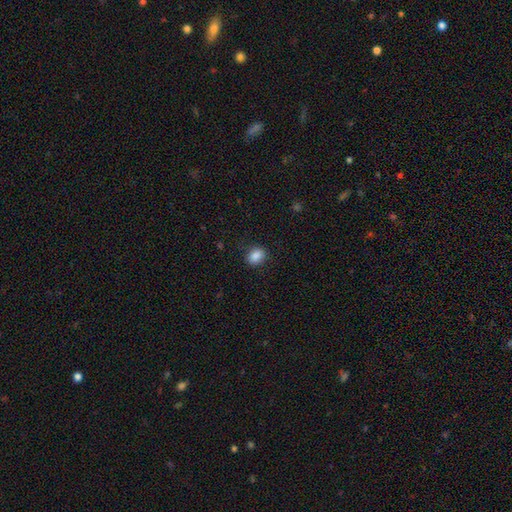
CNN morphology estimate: Smooth or featured?
  - smooth: 87% *
  - star or artifact: 9%
  - featured or disk: 4%
How rounded?
  - in between: 58% *
  - round: 41%
  - cigar-shaped: 1%
Merging?
  - none: 85% *
  - minor disturbance: 11%
  - major disturbance: 3%
  - merger: 1%